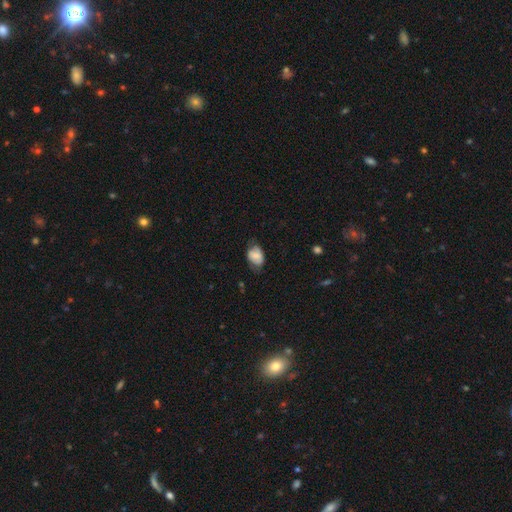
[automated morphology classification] Smooth or featured: smooth — 66% (featured or disk — 26%)
How rounded: in between — 79% (round — 20%)
Merging: none — 58% (minor disturbance — 30%)